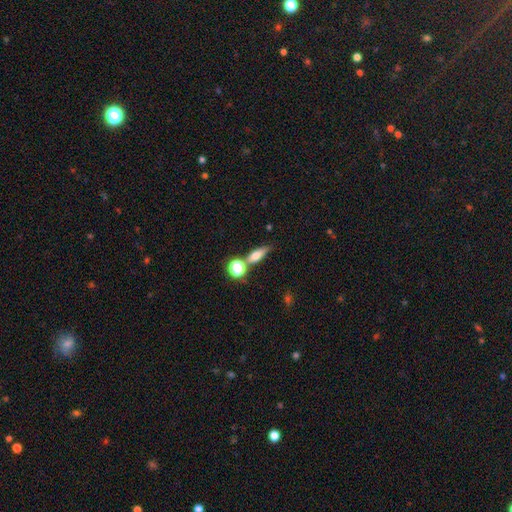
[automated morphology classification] This appears to be a smooth galaxy with no disk features (63%) that is in between round and cigar-shaped (45%). Merging: none (62%).